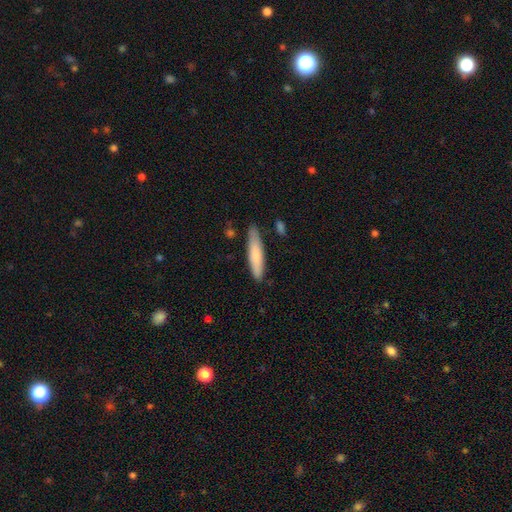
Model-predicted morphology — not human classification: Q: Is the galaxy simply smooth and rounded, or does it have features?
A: smooth — 78%.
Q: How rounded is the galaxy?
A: cigar-shaped — 84%.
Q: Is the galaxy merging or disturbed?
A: none — 83%.